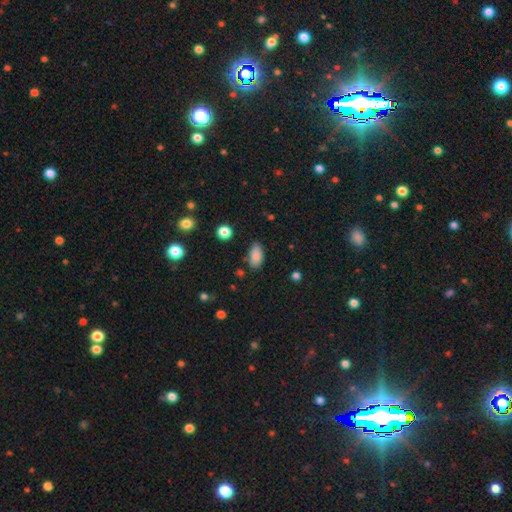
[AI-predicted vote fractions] A smooth galaxy with no disk features (86%) that is in between round and cigar-shaped (92%).

Vote fractions:
- Smooth or featured? smooth: 86% / star or artifact: 9% / featured or disk: 5%
- How rounded? in between: 92% / round: 4% / cigar-shaped: 3%
- Merging? none: 80% / minor disturbance: 14% / major disturbance: 3% / merger: 2%